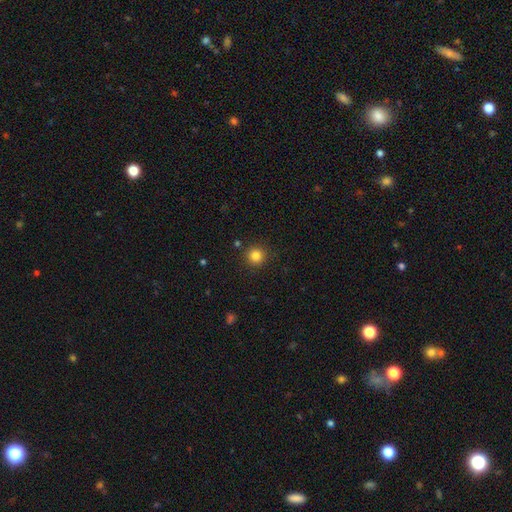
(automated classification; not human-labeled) The model was most divided on "smooth or featured": smooth: 83%, star or artifact: 12%, featured or disk: 5%. More confident: how rounded — round (95%); merging — none (91%).